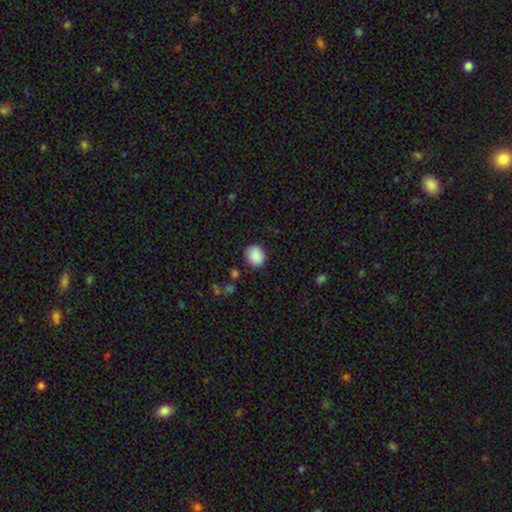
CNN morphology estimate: smooth_or_featured: smooth (p=0.89) [alt: star or artifact p=0.08]
how_rounded: round (p=0.59) [alt: in between p=0.40]
merging: none (p=0.86) [alt: minor disturbance p=0.10]